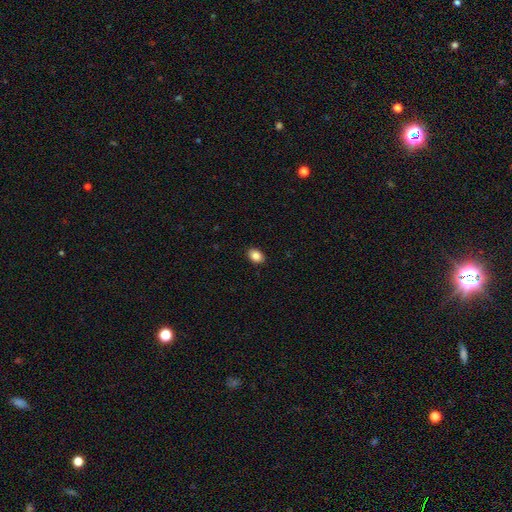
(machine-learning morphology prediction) Smooth or featured?
  - smooth: 86% *
  - star or artifact: 9%
  - featured or disk: 5%
How rounded?
  - in between: 72% *
  - round: 27%
  - cigar-shaped: 1%
Merging?
  - none: 90% *
  - minor disturbance: 7%
  - major disturbance: 2%
  - merger: 1%